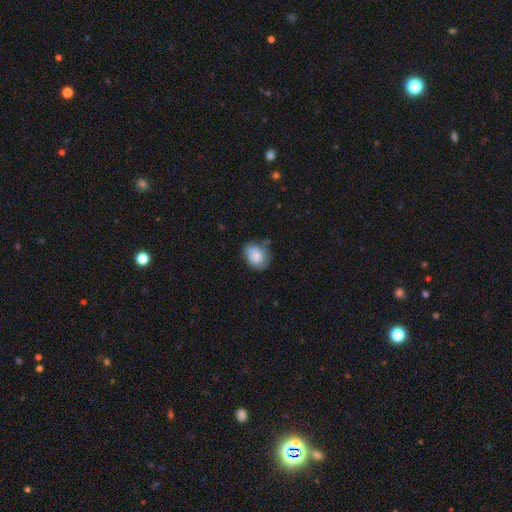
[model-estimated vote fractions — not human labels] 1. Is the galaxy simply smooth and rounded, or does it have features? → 70% smooth, 22% featured or disk, 8% star or artifact.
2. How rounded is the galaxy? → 54% in between, 45% round, 1% cigar-shaped.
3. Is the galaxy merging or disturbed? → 53% none, 33% minor disturbance, 10% major disturbance, 4% merger.